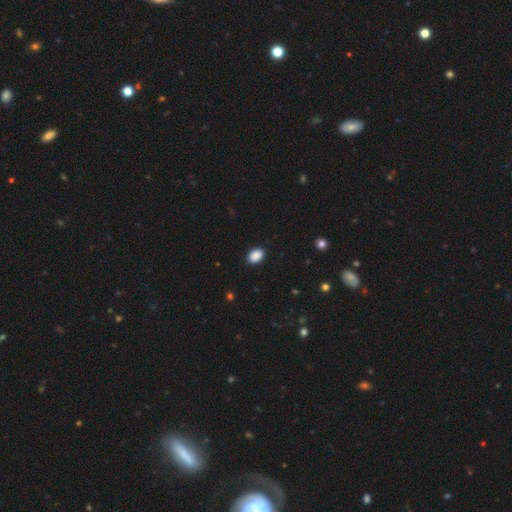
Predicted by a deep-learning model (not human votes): Overall: smooth (89%). How rounded: in between (76%). Merging: none (90%).